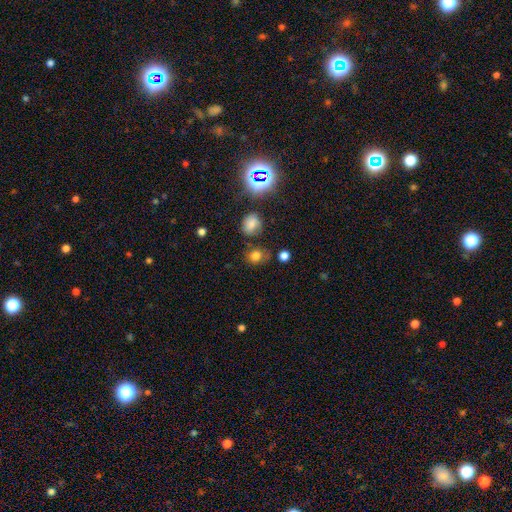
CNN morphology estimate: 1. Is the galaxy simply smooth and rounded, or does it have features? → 76% smooth, 17% star or artifact, 7% featured or disk.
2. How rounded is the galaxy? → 70% round, 28% in between, 1% cigar-shaped.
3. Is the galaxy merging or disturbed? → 70% none, 17% minor disturbance, 7% merger, 6% major disturbance.